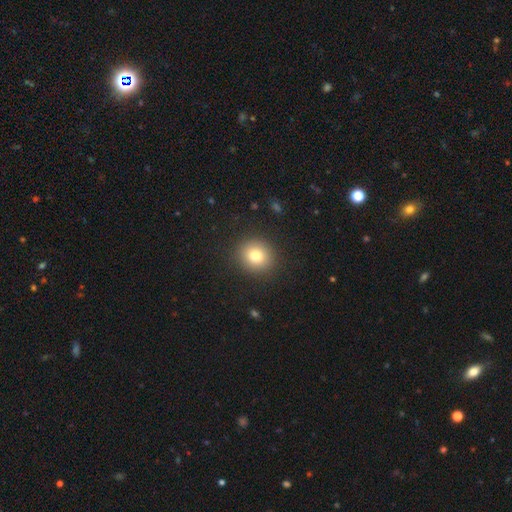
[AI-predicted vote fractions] smooth-or-featured: smooth: 79% | star or artifact: 12% | featured or disk: 9%
  how-rounded: round: 83% | in between: 16% | cigar-shaped: 1%
  merging: none: 90% | minor disturbance: 6% | major disturbance: 3% | merger: 1%